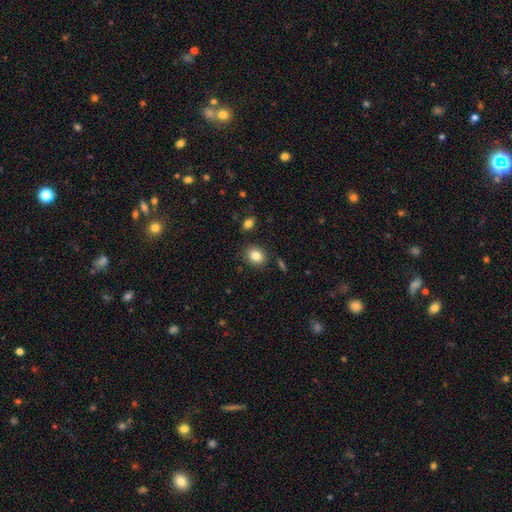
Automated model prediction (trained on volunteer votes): A smooth galaxy with no disk features (83%) that is round (58%). Merging: none (85%).